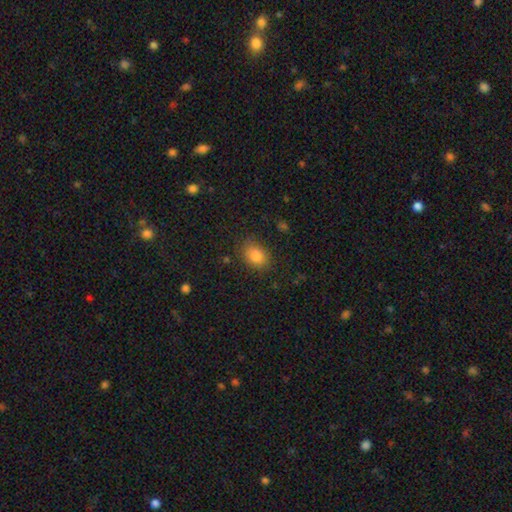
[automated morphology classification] Q: Smooth or featured?
A: smooth (84%); runner-up: star or artifact (10%)
Q: How rounded?
A: in between (65%); runner-up: round (34%)
Q: Merging?
A: none (80%); runner-up: minor disturbance (15%)